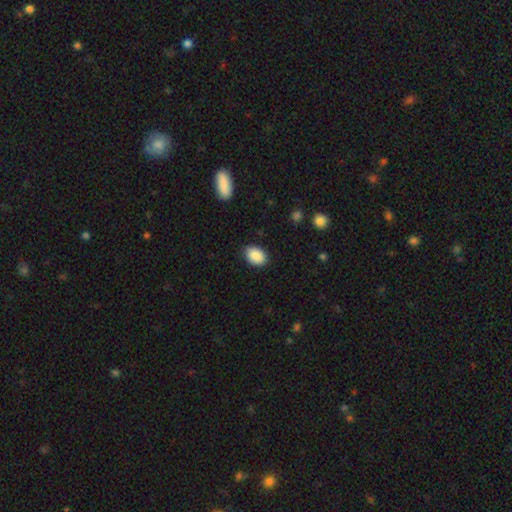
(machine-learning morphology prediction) Smooth or featured? smooth (90%)
How rounded? in between (85%)
Merging? none (86%)